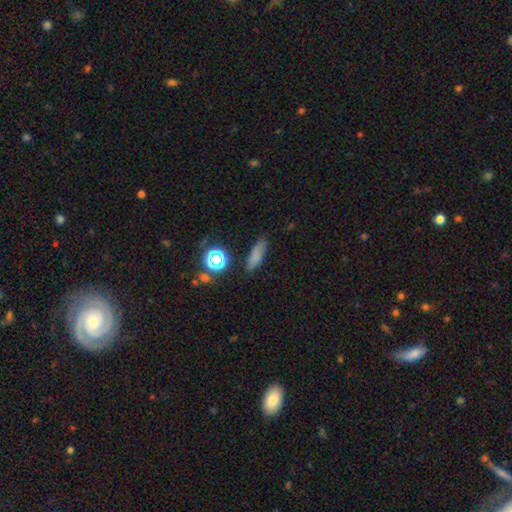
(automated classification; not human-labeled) A smooth galaxy with no disk features (75%) that is cigar-shaped (53%). Merging: none (80%).